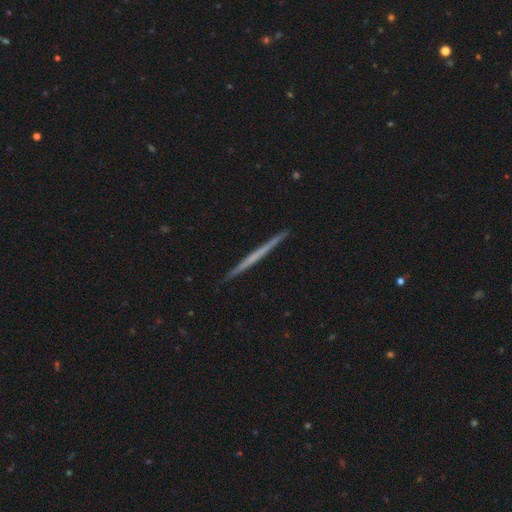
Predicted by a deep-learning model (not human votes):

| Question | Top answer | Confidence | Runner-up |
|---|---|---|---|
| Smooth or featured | featured or disk | 57% | smooth (37%) |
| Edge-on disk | yes | 98% | no (2%) |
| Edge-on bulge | none | 91% | rounded (6%) |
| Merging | none | 93% | minor disturbance (5%) |